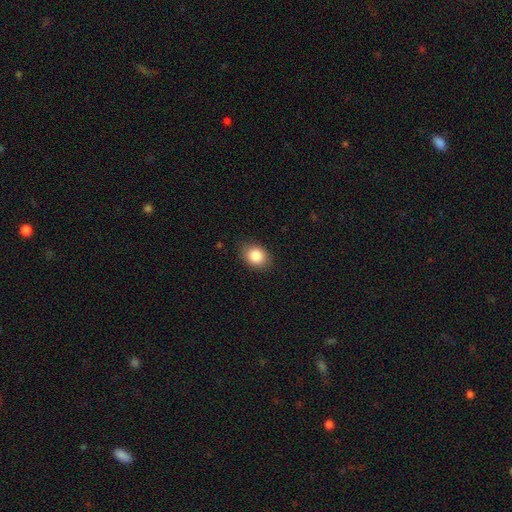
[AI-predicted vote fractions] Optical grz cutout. It shows a smooth galaxy with no disk features (86%) that is in between round and cigar-shaped (64%). Merging: none (85%).